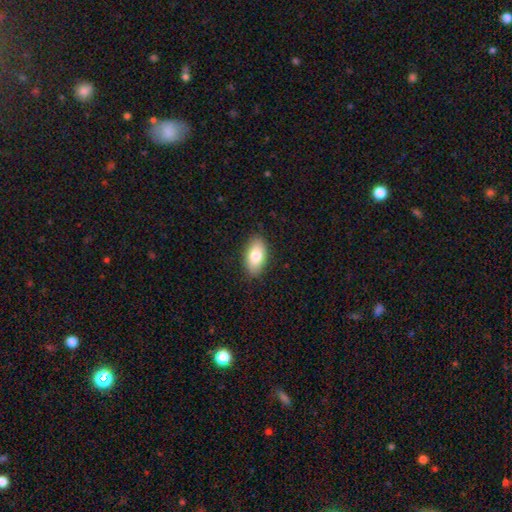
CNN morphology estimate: Smooth or featured? Predicted: smooth (p=0.81). How rounded? Predicted: in between (p=0.93). Merging? Predicted: none (p=0.87).